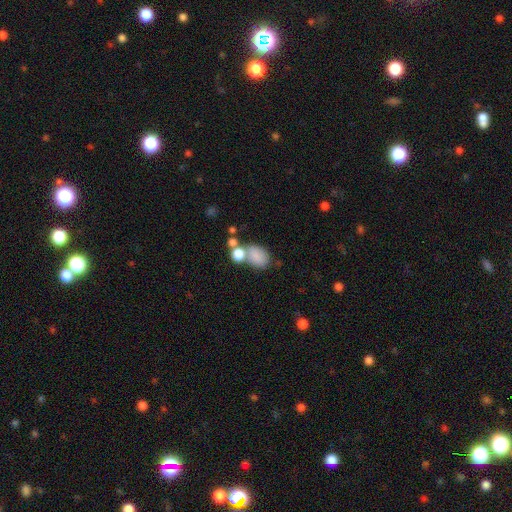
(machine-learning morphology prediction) type=smooth (79%); roundness=in between (77%); merging=none (42%).